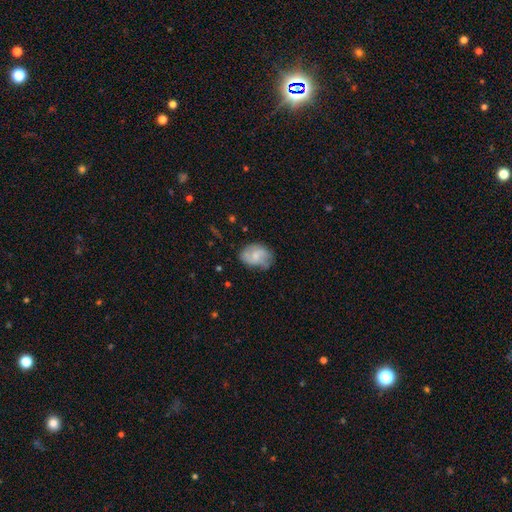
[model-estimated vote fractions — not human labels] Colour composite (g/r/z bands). It shows a smooth galaxy with no disk features (46%, tied with featured or disk). Merging: none (59%).